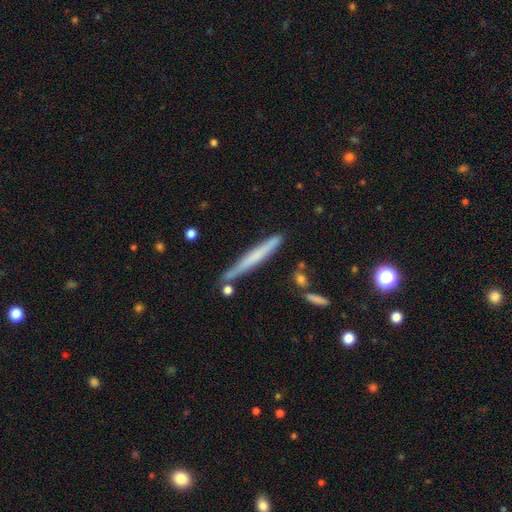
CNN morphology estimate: Q: Smooth or featured?
A: smooth (54%); runner-up: featured or disk (40%)
Q: How rounded?
A: cigar-shaped (96%); runner-up: in between (2%)
Q: Merging?
A: none (78%); runner-up: minor disturbance (14%)